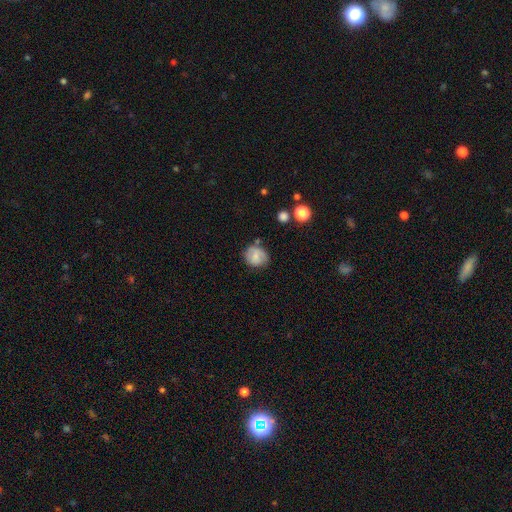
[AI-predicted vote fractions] smooth-or-featured: smooth: 64% | featured or disk: 27% | star or artifact: 9%
  how-rounded: round: 72% | in between: 27% | cigar-shaped: 1%
  merging: none: 68% | minor disturbance: 22% | major disturbance: 6% | merger: 4%